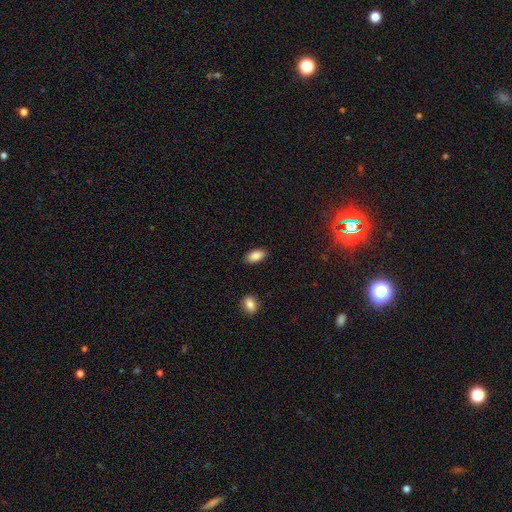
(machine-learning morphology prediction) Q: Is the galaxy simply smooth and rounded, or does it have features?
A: smooth — 87%.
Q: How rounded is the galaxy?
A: in between — 92%.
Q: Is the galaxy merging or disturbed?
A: none — 88%.